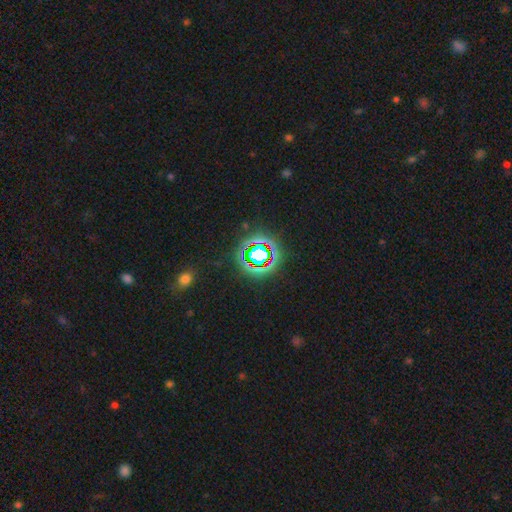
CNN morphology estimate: Smooth or featured? Predicted: star or artifact (p=0.78).